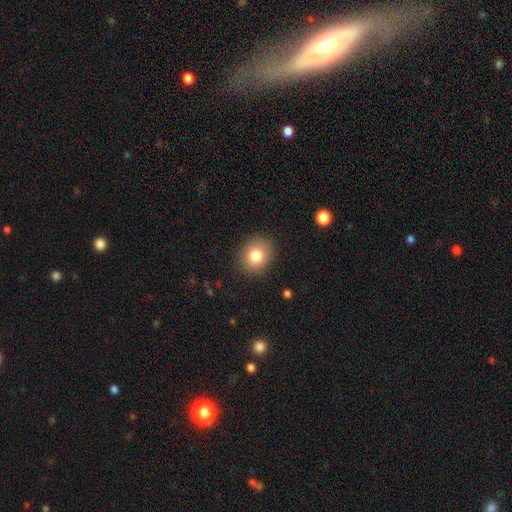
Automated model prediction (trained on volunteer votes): The model was most divided on "how rounded": round: 71%, in between: 28%, cigar-shaped: 1%. More confident: merging — none (87%); smooth or featured — smooth (80%).